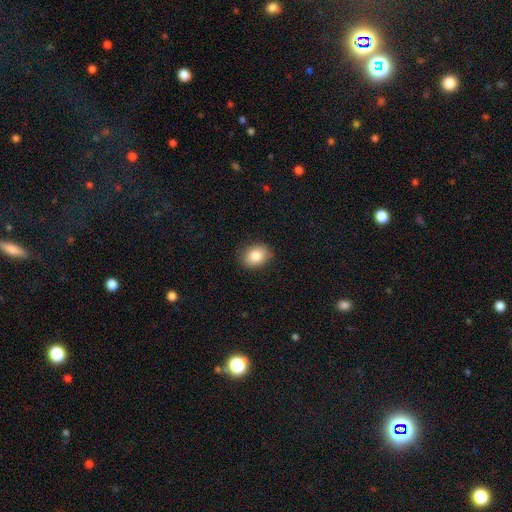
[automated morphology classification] A smooth galaxy with no disk features (85%) that is in between round and cigar-shaped (65%).

Vote fractions:
- Smooth or featured? smooth: 85% / star or artifact: 8% / featured or disk: 7%
- How rounded? in between: 65% / round: 34% / cigar-shaped: 1%
- Merging? none: 86% / minor disturbance: 11% / major disturbance: 2% / merger: 1%